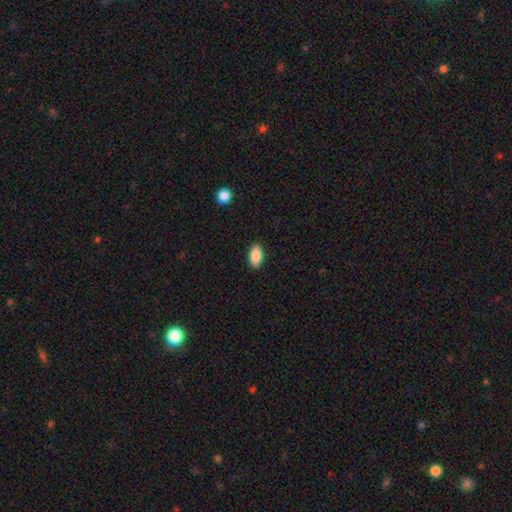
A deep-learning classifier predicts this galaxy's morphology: Q: Smooth or featured?
A: smooth (87%); runner-up: star or artifact (7%)
Q: How rounded?
A: in between (92%); runner-up: cigar-shaped (5%)
Q: Merging?
A: none (90%); runner-up: minor disturbance (7%)